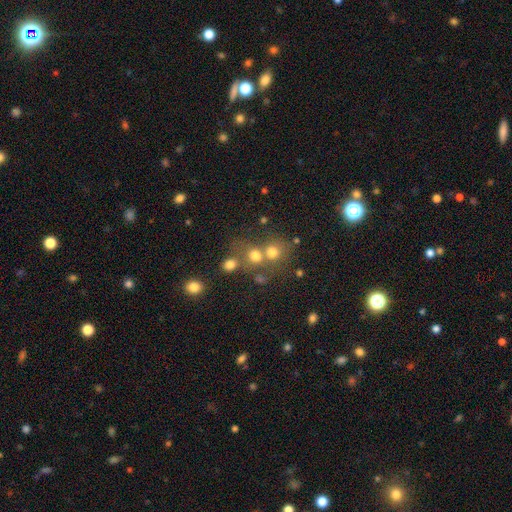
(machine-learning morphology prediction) Smooth or featured? smooth (68%)
How rounded? round (82%)
Merging? none (47%)